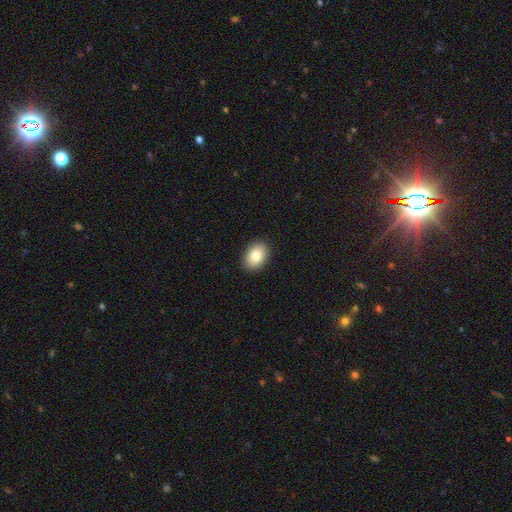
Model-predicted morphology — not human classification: This appears to be a smooth galaxy with no disk features (83%) that is in between round and cigar-shaped (82%). Merging: none (91%).